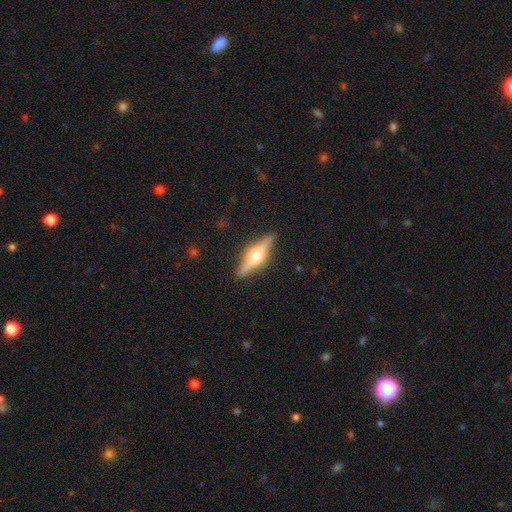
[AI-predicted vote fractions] smooth_or_featured: featured or disk (p=0.73) [alt: smooth p=0.21]
disk_edge_on: yes (p=0.97) [alt: no p=0.03]
edge_on_bulge: rounded (p=0.94) [alt: boxy p=0.05]
merging: none (p=0.89) [alt: minor disturbance p=0.08]